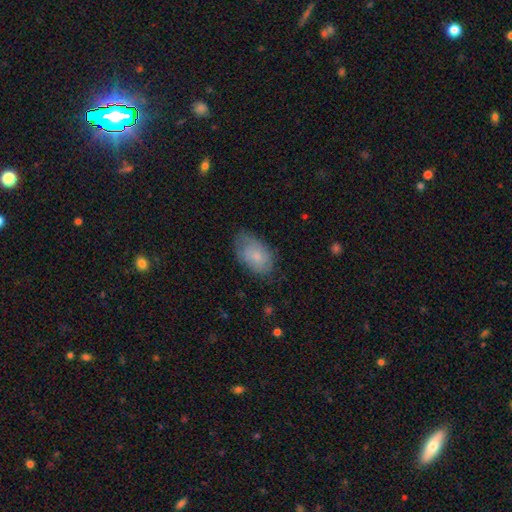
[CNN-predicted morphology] This is likely a smooth galaxy (72%). How rounded: clearly in between (91%). Merging: likely none (62%).